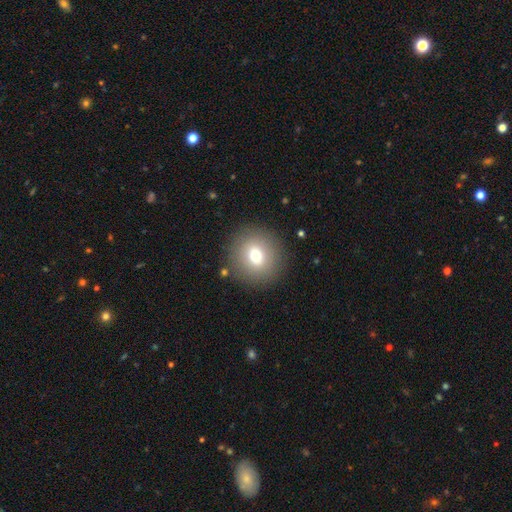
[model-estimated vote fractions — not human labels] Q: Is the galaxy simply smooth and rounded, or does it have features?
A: smooth — 72%.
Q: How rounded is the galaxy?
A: round — 91%.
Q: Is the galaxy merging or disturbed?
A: none — 88%.